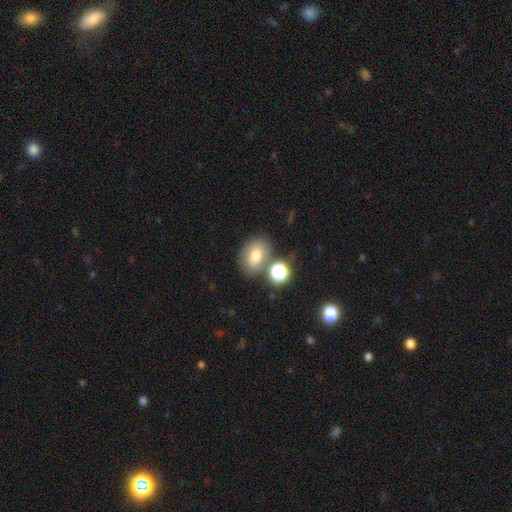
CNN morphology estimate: Smooth or featured?
  - smooth: 72% *
  - featured or disk: 15%
  - star or artifact: 13%
How rounded?
  - in between: 71% *
  - round: 27%
  - cigar-shaped: 1%
Merging?
  - none: 66% *
  - merger: 15%
  - minor disturbance: 14%
  - major disturbance: 5%